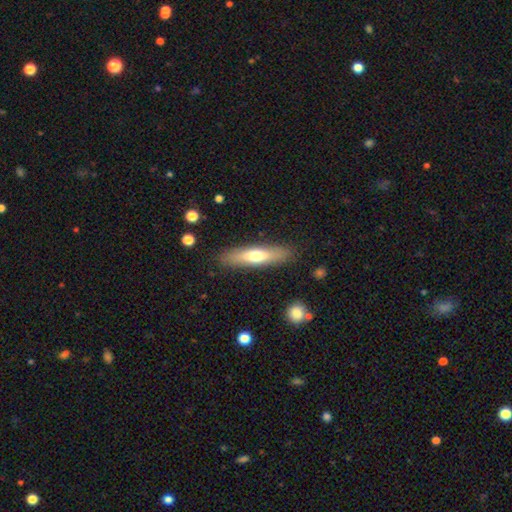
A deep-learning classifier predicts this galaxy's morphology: Smooth or featured: smooth — 59% (featured or disk — 35%)
How rounded: cigar-shaped — 74% (in between — 24%)
Merging: none — 87% (minor disturbance — 9%)